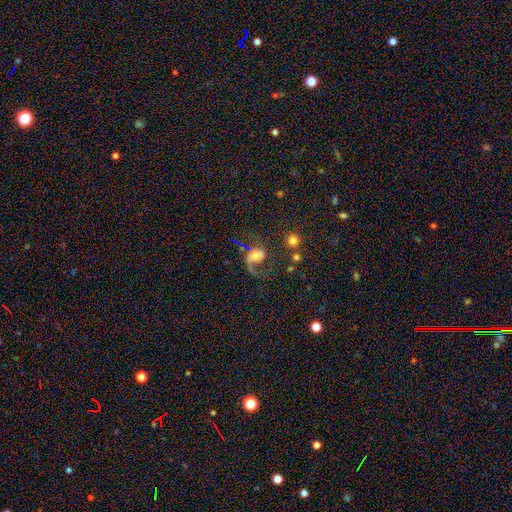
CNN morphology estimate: Overall: featured or disk (64%; smooth 25%). Edge-on disk: no (97%). Bar: no (57%; weak 31%). Spiral arms: yes (87%). Spiral arm count: 1 (67%; 2 27%). Spiral winding: loose (61%; medium 30%). Bulge size: moderate (51%; small 27%). Merging: major disturbance (44%; none 35%).